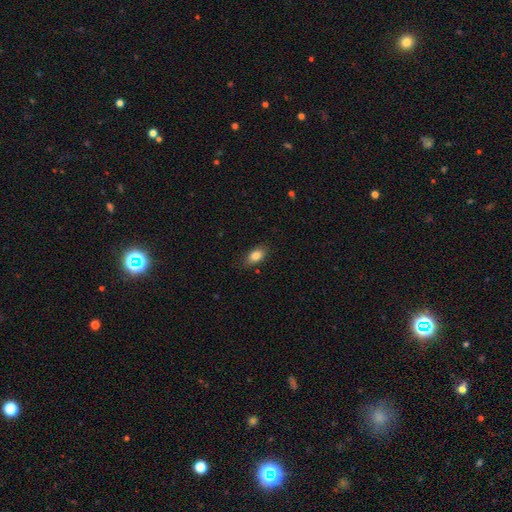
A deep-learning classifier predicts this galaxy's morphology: type=smooth (83%); roundness=in between (88%); merging=none (80%).